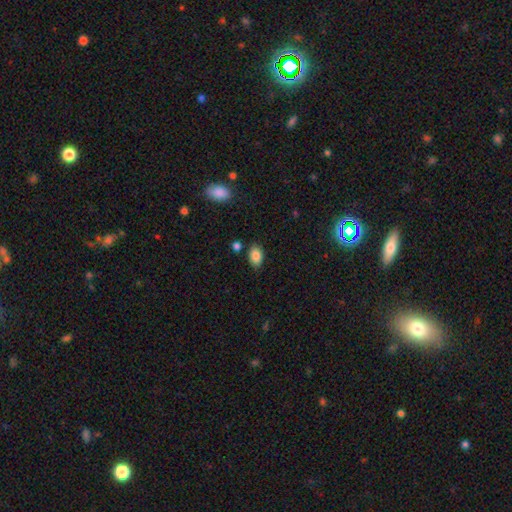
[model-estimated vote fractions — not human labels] A smooth galaxy with no disk features (85%) that is in between round and cigar-shaped (88%).

Vote fractions:
- Smooth or featured? smooth: 85% / star or artifact: 8% / featured or disk: 7%
- How rounded? in between: 88% / round: 10% / cigar-shaped: 1%
- Merging? none: 81% / minor disturbance: 12% / merger: 4% / major disturbance: 3%